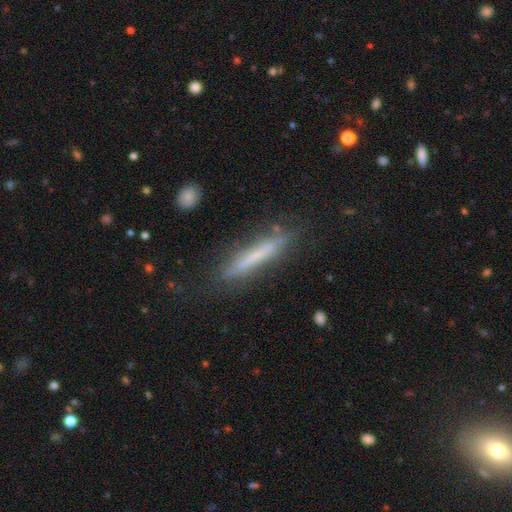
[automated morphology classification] Smooth or featured: smooth — 49% (featured or disk — 42%)
Merging: none — 78% (minor disturbance — 15%)